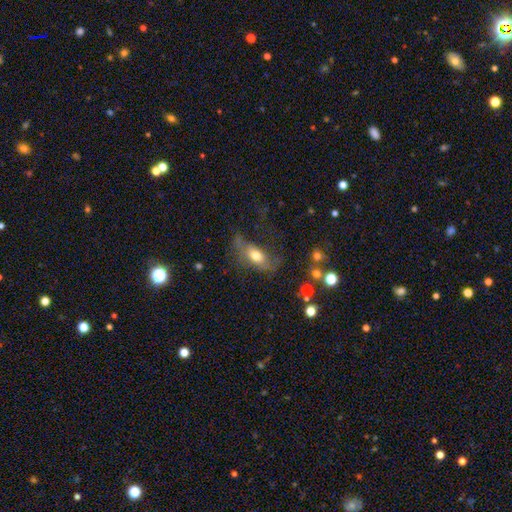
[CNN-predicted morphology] type=smooth (62%); roundness=in between (81%); merging=none (40%).